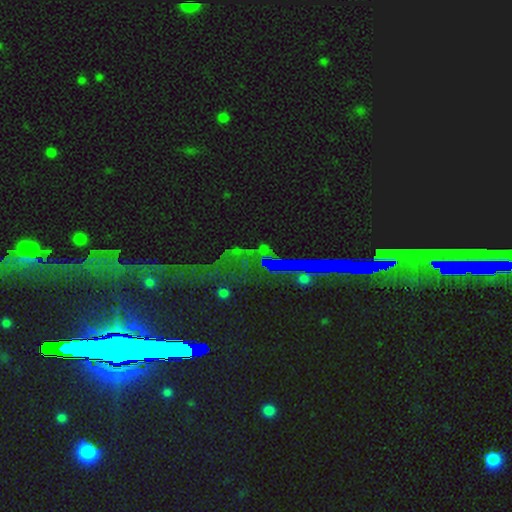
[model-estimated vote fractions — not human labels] Smooth or featured?
  - star or artifact: 70% *
  - featured or disk: 19%
  - smooth: 12%